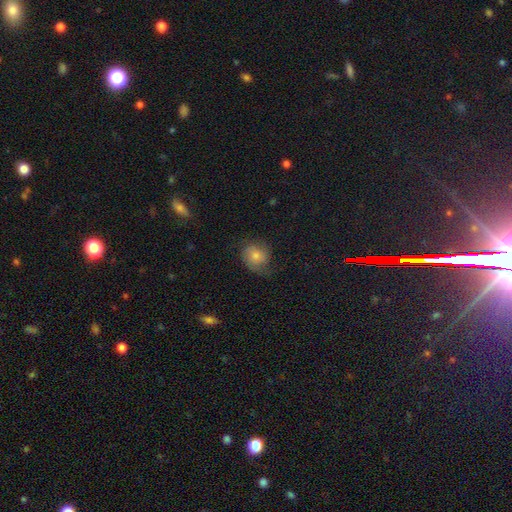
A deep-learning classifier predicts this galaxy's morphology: A smooth galaxy with no disk features (55%) that is round (71%). Merging: none (63%).